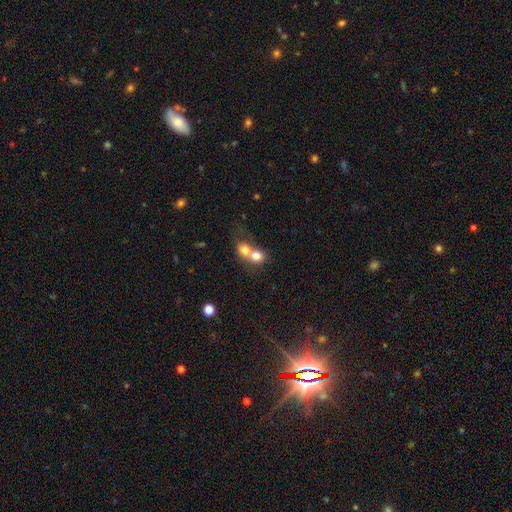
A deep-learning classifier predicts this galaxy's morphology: A smooth galaxy with no disk features (73%) that is round (65%).

Vote fractions:
- Smooth or featured? smooth: 73% / featured or disk: 18% / star or artifact: 10%
- How rounded? round: 65% / in between: 34% / cigar-shaped: 1%
- Merging? merger: 75% / none: 17% / minor disturbance: 4% / major disturbance: 3%